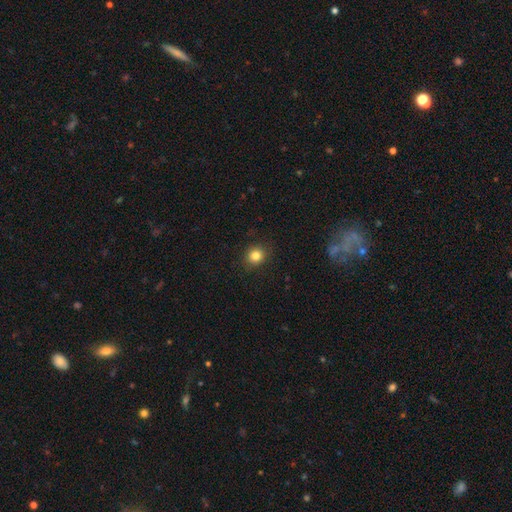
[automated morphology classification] Smooth or featured? smooth (83%)
How rounded? round (81%)
Merging? none (89%)